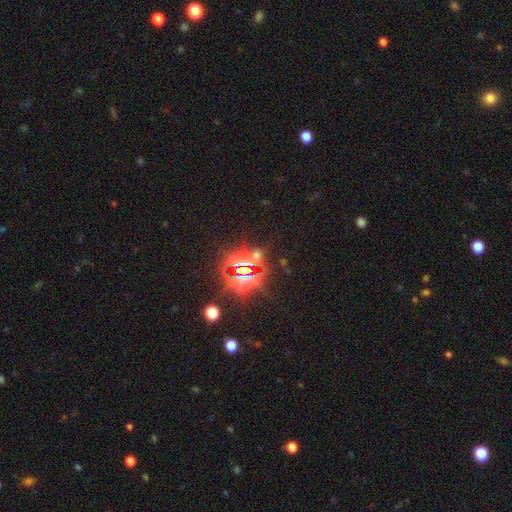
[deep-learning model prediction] smooth-or-featured: star or artifact: 77% | smooth: 15% | featured or disk: 8%